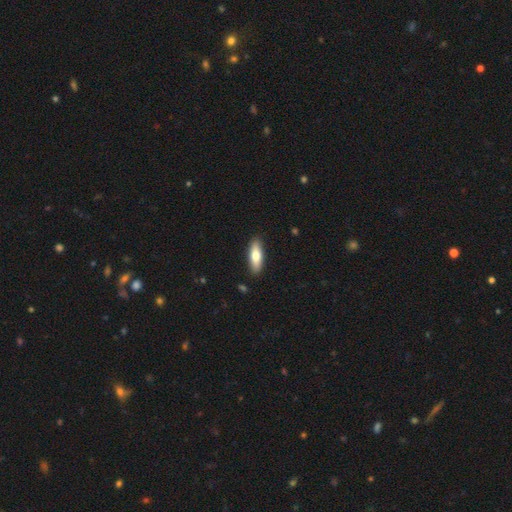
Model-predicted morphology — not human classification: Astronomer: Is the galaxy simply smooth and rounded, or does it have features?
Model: smooth — 72%.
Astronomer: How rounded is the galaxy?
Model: in between — 58% (runner-up: cigar-shaped, 40%).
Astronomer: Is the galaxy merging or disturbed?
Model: none — 88%.